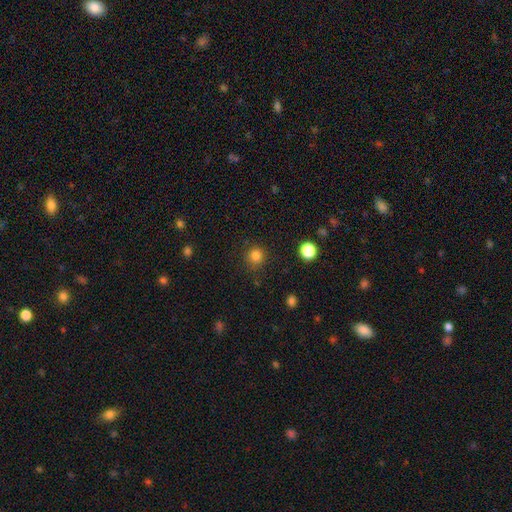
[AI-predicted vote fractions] The model was most divided on "smooth or featured": smooth: 83%, star or artifact: 13%, featured or disk: 4%. More confident: how rounded — round (92%); merging — none (87%).